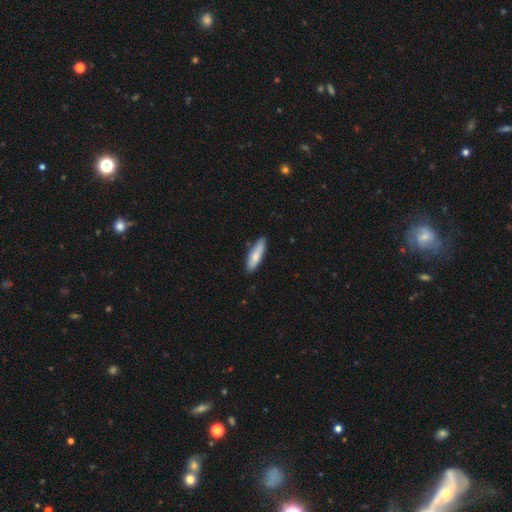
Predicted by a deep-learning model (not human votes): Smooth or featured? Predicted: smooth (p=0.77). How rounded? Predicted: cigar-shaped (p=0.60). Merging? Predicted: none (p=0.83).